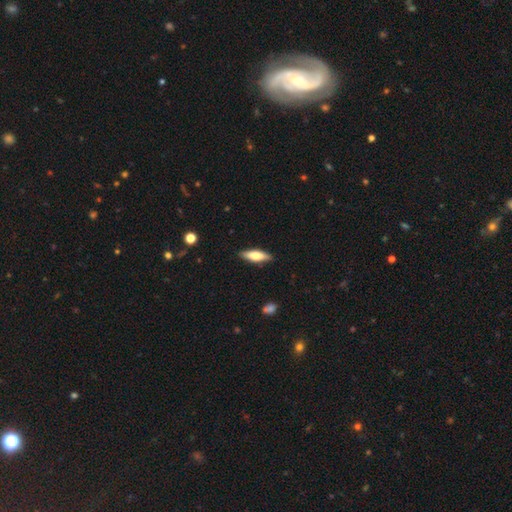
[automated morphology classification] Smooth or featured: smooth — 66% (featured or disk — 28%)
How rounded: in between — 50% (cigar-shaped — 48%)
Merging: none — 88% (minor disturbance — 9%)